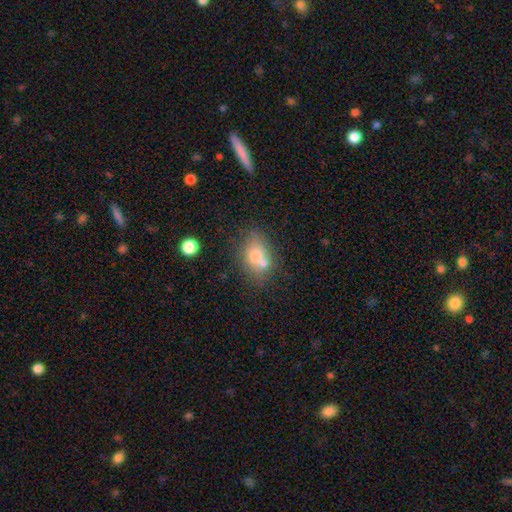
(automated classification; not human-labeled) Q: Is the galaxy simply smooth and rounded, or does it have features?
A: smooth — 69%.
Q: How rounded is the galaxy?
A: in between — 69%.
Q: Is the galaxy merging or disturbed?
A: none — 47%.